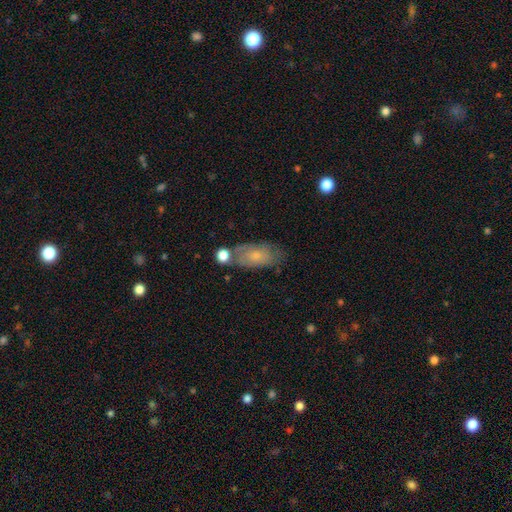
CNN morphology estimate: smooth_or_featured: smooth (p=0.60) [alt: featured or disk p=0.33]
how_rounded: in between (p=0.87) [alt: cigar-shaped p=0.08]
merging: none (p=0.58) [alt: minor disturbance p=0.23]